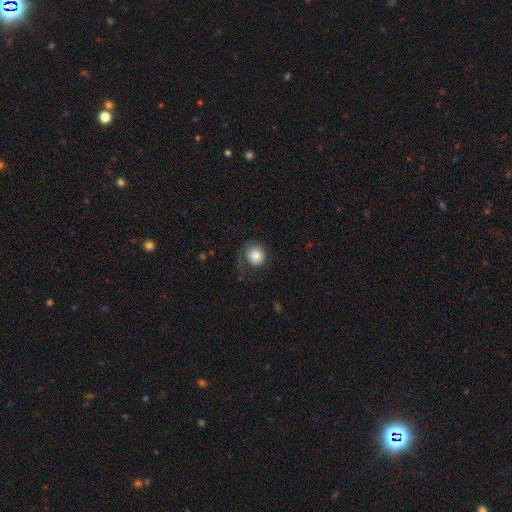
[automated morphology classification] Smooth or featured? Predicted: smooth (p=0.82). How rounded? Predicted: round (p=0.87). Merging? Predicted: none (p=0.63).